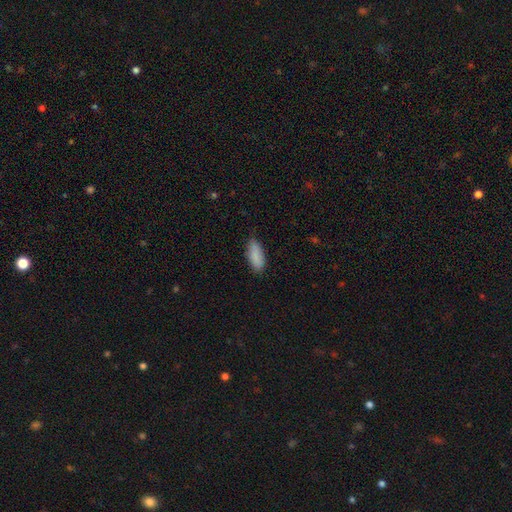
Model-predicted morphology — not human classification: Smooth or featured? smooth (88%)
How rounded? in between (79%)
Merging? none (78%)